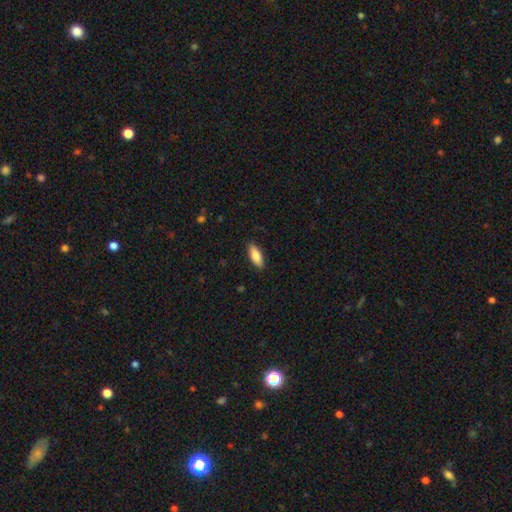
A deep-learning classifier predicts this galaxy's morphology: This is clearly a smooth galaxy (85%). How rounded: likely in between (74%). Merging: clearly none (87%).